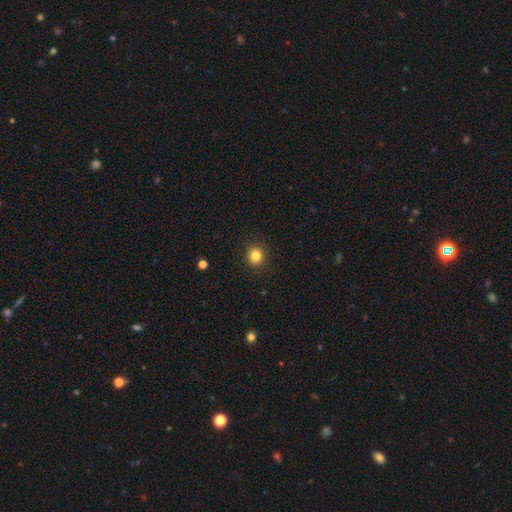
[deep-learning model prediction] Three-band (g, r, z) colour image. It shows a smooth galaxy with no disk features (84%) that is round (90%). Merging: none (92%).